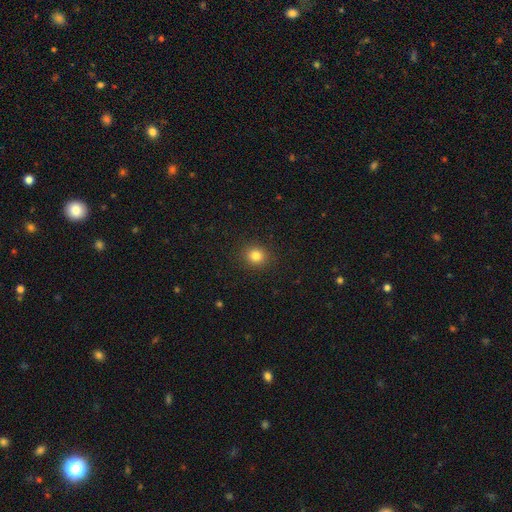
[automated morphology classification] smooth_or_featured: smooth (p=0.83) [alt: star or artifact p=0.12]
how_rounded: round (p=0.84) [alt: in between p=0.15]
merging: none (p=0.91) [alt: minor disturbance p=0.06]